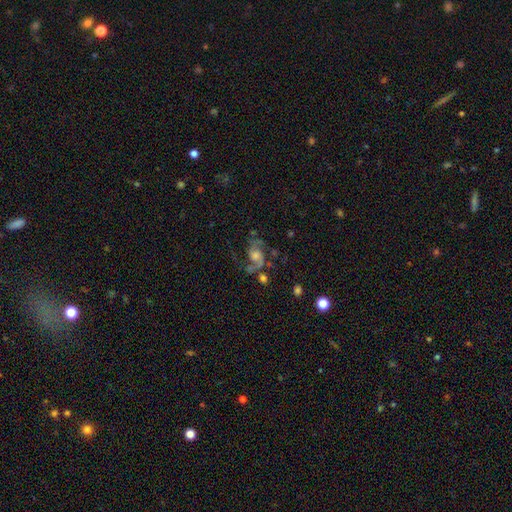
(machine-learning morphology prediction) Smooth or featured?
  - featured or disk: 81% *
  - star or artifact: 11%
  - smooth: 8%
Edge-on disk?
  - no: 97% *
  - yes: 3%
Bar?
  - no: 61% *
  - weak: 32%
  - strong: 7%
Spiral arms?
  - yes: 95% *
  - no: 5%
Spiral winding?
  - medium: 51% *
  - loose: 35%
  - tight: 14%
Spiral arm count?
  - 2: 84% *
  - can't tell: 5%
  - 3: 4%
  - 1: 3%
  - 4: 2%
  - more than 4: 2%
Bulge size?
  - moderate: 50% *
  - small: 26%
  - large: 15%
  - none: 7%
  - dominant: 2%
Merging?
  - none: 59% *
  - major disturbance: 17%
  - minor disturbance: 17%
  - merger: 7%